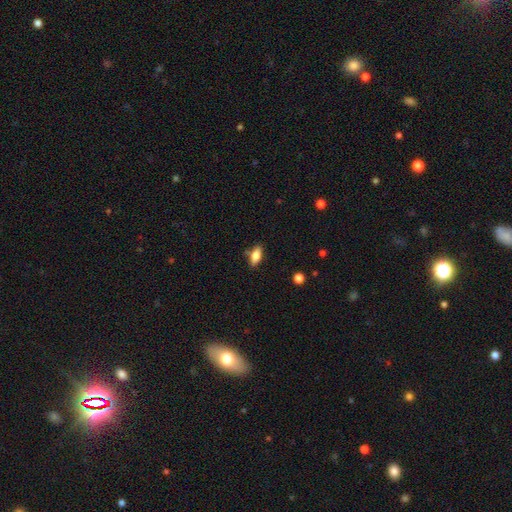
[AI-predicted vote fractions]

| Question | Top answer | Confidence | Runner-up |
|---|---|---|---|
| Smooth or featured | smooth | 76% | featured or disk (16%) |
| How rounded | in between | 82% | cigar-shaped (15%) |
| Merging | none | 80% | minor disturbance (13%) |